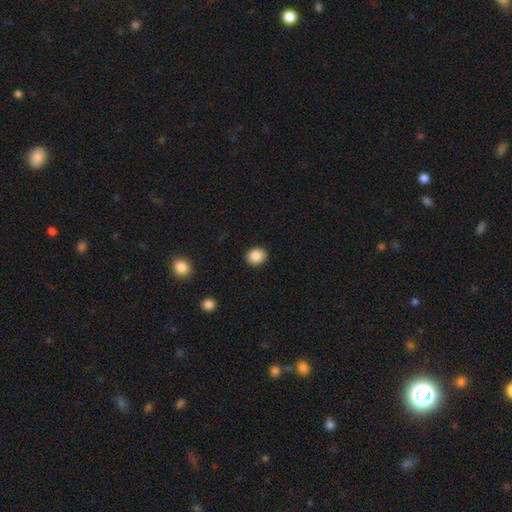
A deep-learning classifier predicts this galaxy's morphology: Q: Smooth or featured?
A: smooth (87%); runner-up: star or artifact (9%)
Q: How rounded?
A: round (74%); runner-up: in between (25%)
Q: Merging?
A: none (91%); runner-up: minor disturbance (6%)